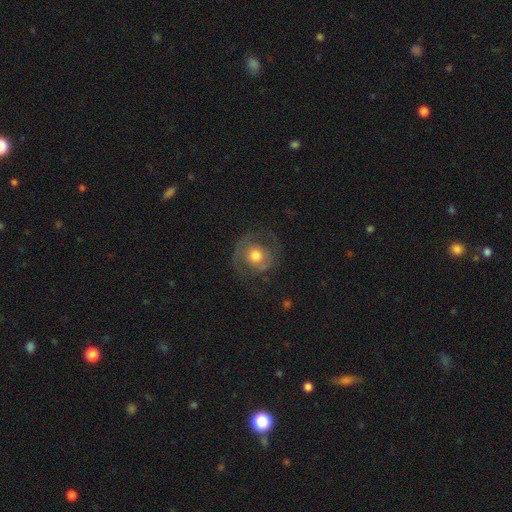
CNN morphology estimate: This is possibly a featured or disk galaxy (49%). Merging: likely none (62%).